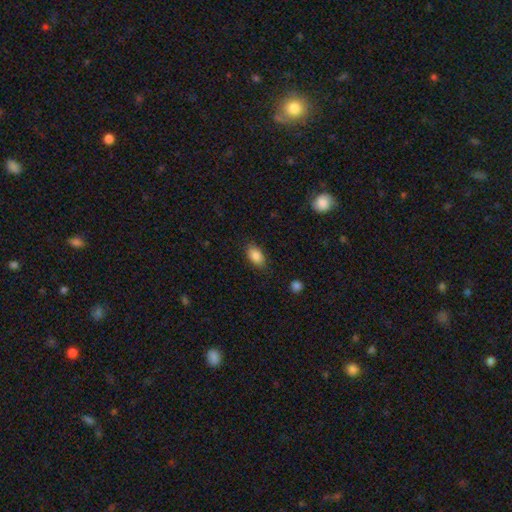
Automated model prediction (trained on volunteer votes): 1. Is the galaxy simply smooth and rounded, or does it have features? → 86% smooth, 8% star or artifact, 6% featured or disk.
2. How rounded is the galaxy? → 90% in between, 7% round, 2% cigar-shaped.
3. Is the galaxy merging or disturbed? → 84% none, 12% minor disturbance, 3% major disturbance, 1% merger.